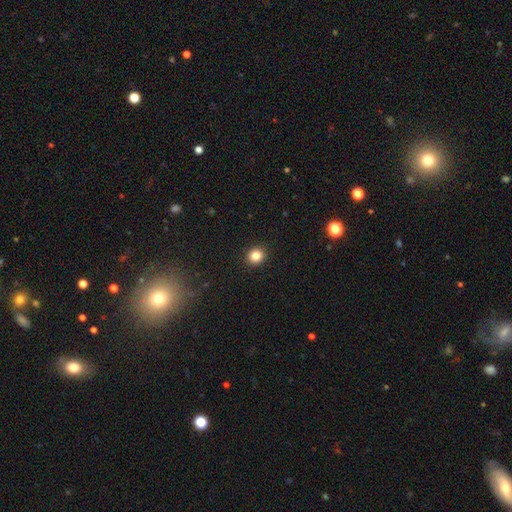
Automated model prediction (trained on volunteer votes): This is clearly a smooth galaxy (84%). How rounded: clearly round (83%). Merging: clearly none (92%).